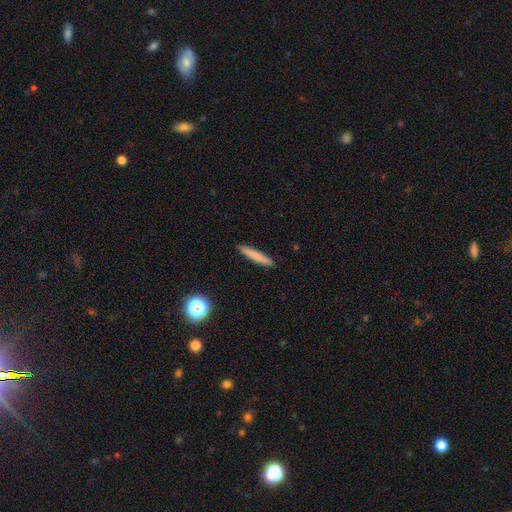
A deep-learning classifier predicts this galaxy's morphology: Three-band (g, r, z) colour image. It shows a smooth galaxy with no disk features (78%) that is cigar-shaped (92%). Merging: none (91%).